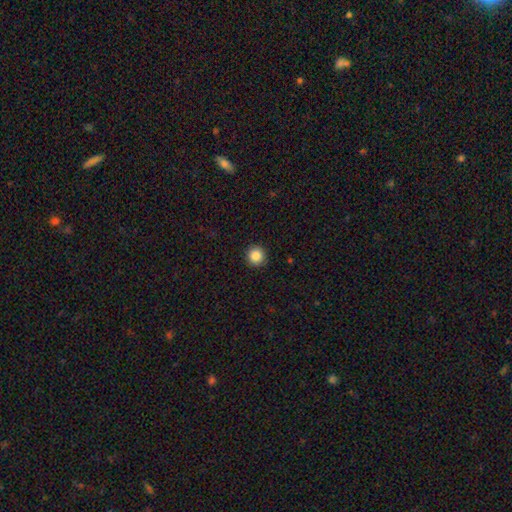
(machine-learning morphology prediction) The model was most divided on "smooth or featured": smooth: 87%, star or artifact: 10%, featured or disk: 4%. More confident: how rounded — round (95%); merging — none (92%).